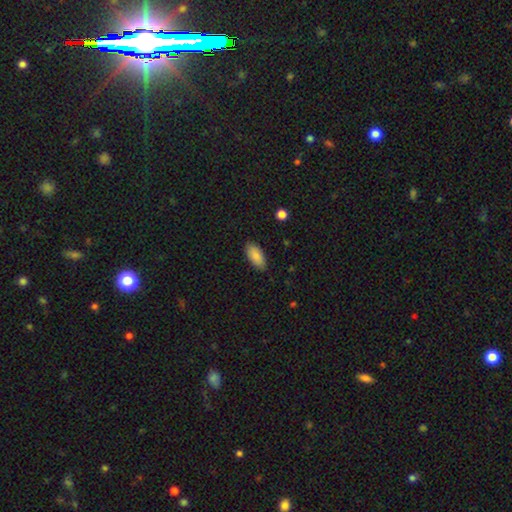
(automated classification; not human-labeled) This is clearly a smooth galaxy (87%). How rounded: clearly in between (92%). Merging: clearly none (85%).